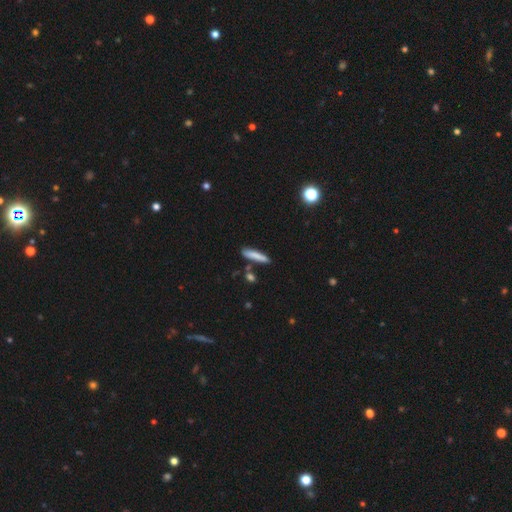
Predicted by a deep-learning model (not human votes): Smooth or featured? smooth (79%)
How rounded? cigar-shaped (89%)
Merging? none (78%)